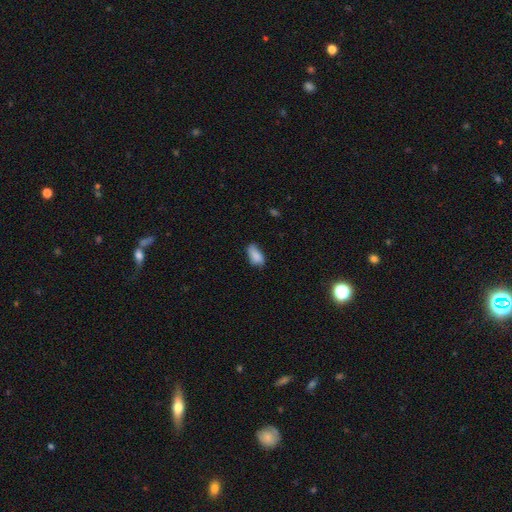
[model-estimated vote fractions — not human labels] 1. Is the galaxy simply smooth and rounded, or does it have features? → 85% smooth, 8% star or artifact, 7% featured or disk.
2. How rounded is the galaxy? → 91% in between, 5% cigar-shaped, 4% round.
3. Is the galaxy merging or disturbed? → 58% none, 33% minor disturbance, 7% major disturbance, 2% merger.